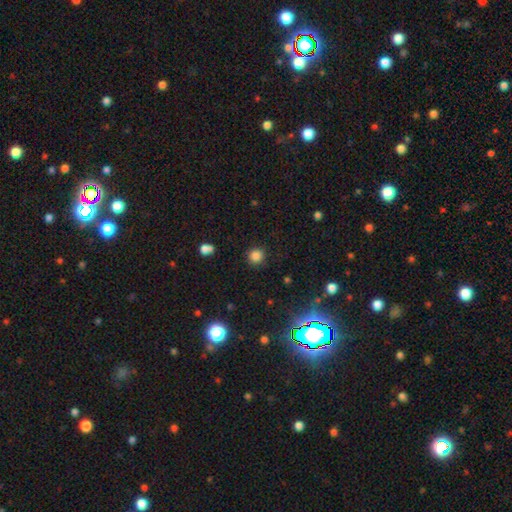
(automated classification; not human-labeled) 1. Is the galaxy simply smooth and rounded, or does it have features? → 82% smooth, 14% star or artifact, 4% featured or disk.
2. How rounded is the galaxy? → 92% round, 7% in between, 1% cigar-shaped.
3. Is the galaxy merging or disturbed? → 88% none, 7% minor disturbance, 3% major disturbance, 2% merger.